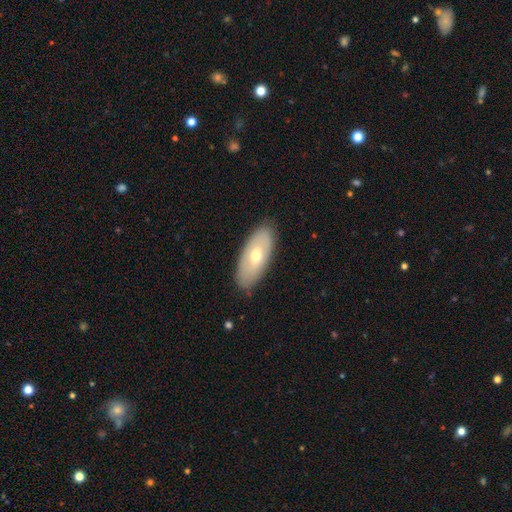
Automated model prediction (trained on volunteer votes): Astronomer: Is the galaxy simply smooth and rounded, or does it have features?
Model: smooth — 51% (runner-up: featured or disk, 43%).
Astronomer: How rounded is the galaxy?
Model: in between — 86%.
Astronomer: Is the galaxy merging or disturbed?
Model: none — 86%.